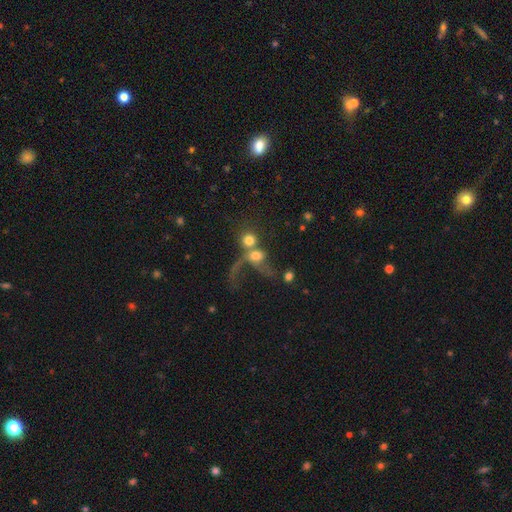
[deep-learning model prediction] Morphology: type=smooth (52%); roundness=round (62%); merging=merger (63%).